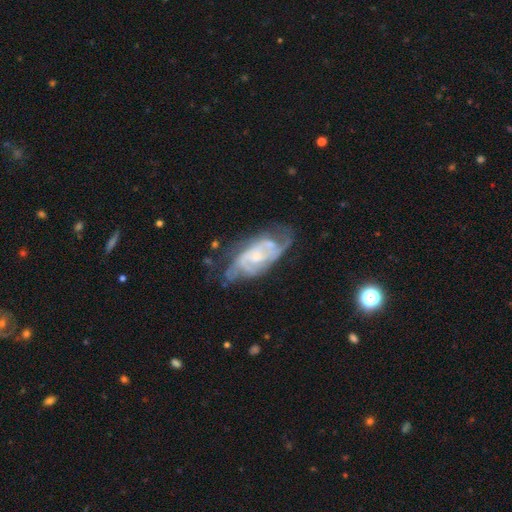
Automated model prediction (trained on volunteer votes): This is clearly a featured or disk galaxy (82%). It is clearly not viewed edge-on (94%). Bar: possibly no (60%). Spiral arm pattern: clearly yes (90%). Spiral arm count: marginally can't tell (36%). Spiral winding: possibly tight (48%). Central bulge: possibly small (56%). Merging: possibly none (56%).